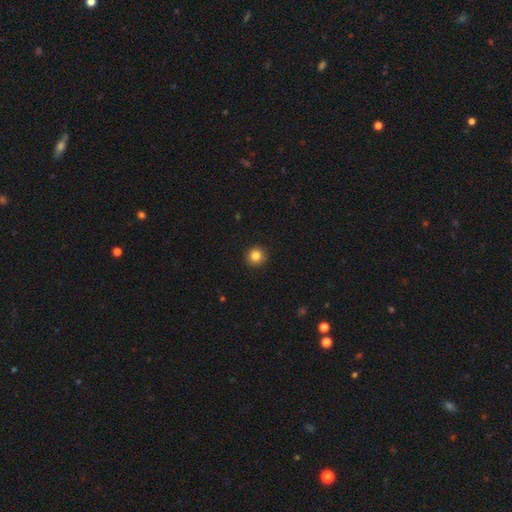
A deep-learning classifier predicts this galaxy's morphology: This is clearly a smooth galaxy (84%). How rounded: clearly round (93%). Merging: clearly none (90%).